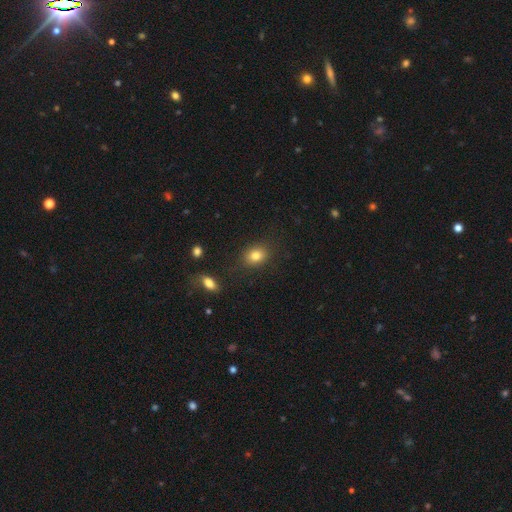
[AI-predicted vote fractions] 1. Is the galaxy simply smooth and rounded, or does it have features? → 82% smooth, 10% star or artifact, 8% featured or disk.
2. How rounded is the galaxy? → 56% in between, 43% round, 1% cigar-shaped.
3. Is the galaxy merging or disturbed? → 85% none, 10% minor disturbance, 3% major disturbance, 2% merger.